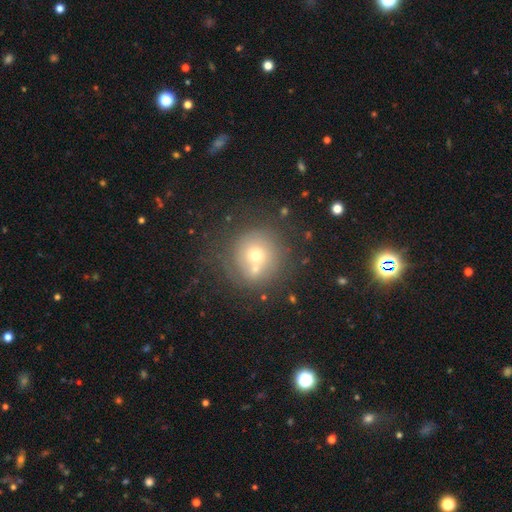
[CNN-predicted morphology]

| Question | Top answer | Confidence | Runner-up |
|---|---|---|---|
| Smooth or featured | smooth | 52% | featured or disk (33%) |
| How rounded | round | 93% | in between (6%) |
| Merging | none | 58% | merger (22%) |